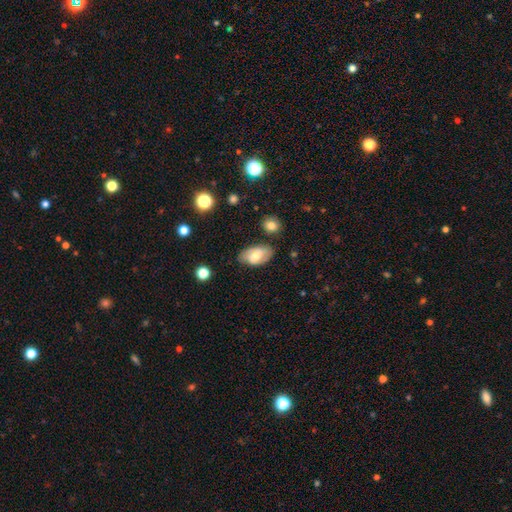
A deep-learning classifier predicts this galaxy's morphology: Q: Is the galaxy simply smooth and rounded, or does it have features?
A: smooth — 56%.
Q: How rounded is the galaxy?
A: in between — 92%.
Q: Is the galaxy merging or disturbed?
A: none — 69%.